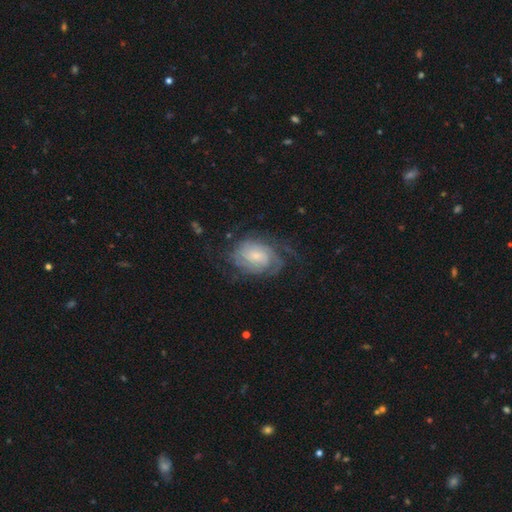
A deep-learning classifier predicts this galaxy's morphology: A featured or disk galaxy (80%) with no bar (55%), tight (59%) spiral arms (94%) and a small central bulge (59%).

Vote fractions:
- Smooth or featured? featured or disk: 80% / smooth: 14% / star or artifact: 7%
- Edge-on disk? no: 97% / yes: 3%
- Bar? no: 55% / weak: 39% / strong: 7%
- Spiral arms? yes: 94% / no: 6%
- Spiral winding? tight: 59% / medium: 31% / loose: 10%
- Spiral arm count? can't tell: 38% / 2: 25% / 3: 16% / 4: 10% / 1: 6% / more than 4: 6%
- Bulge size? small: 59% / moderate: 27% / none: 8% / large: 5% / dominant: 2%
- Merging? none: 63% / minor disturbance: 19% / major disturbance: 17% / merger: 1%